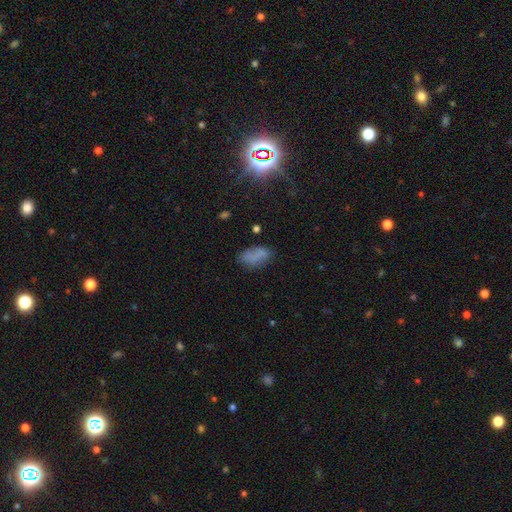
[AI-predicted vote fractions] Smooth or featured?
  - smooth: 64% *
  - featured or disk: 19%
  - star or artifact: 17%
How rounded?
  - in between: 90% *
  - round: 6%
  - cigar-shaped: 4%
Merging?
  - none: 59% *
  - minor disturbance: 24%
  - major disturbance: 10%
  - merger: 7%